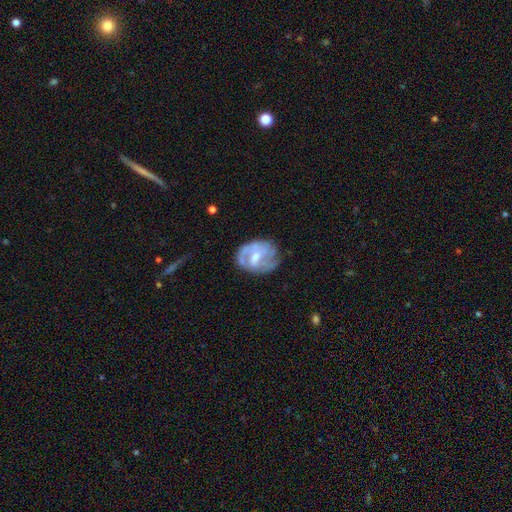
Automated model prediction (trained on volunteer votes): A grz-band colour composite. It shows a featured or disk galaxy (73%) with a weak bar (50%), 2 (36%) medium (42%) spiral arms (78%) and a moderate central bulge (55%). Merging: none (58%).